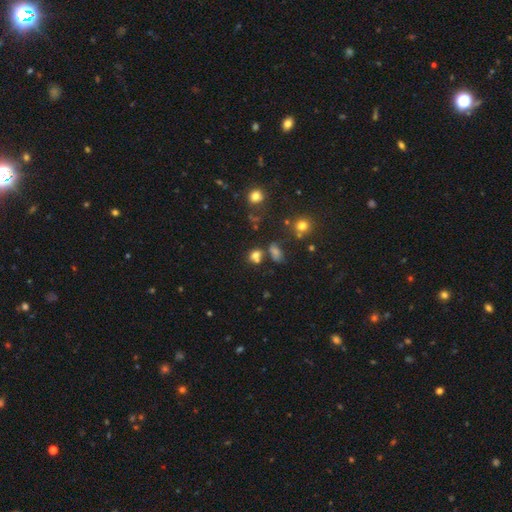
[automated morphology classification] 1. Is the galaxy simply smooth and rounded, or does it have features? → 72% smooth, 20% star or artifact, 9% featured or disk.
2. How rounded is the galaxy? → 56% round, 43% in between, 2% cigar-shaped.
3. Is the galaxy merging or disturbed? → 52% none, 29% merger, 13% minor disturbance, 6% major disturbance.